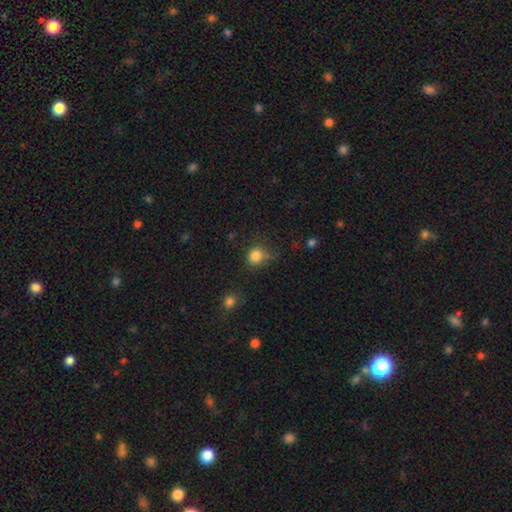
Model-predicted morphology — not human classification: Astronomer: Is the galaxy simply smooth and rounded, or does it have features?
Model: smooth — 83%.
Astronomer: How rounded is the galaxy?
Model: round — 82%.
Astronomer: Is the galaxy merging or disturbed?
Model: none — 64%.